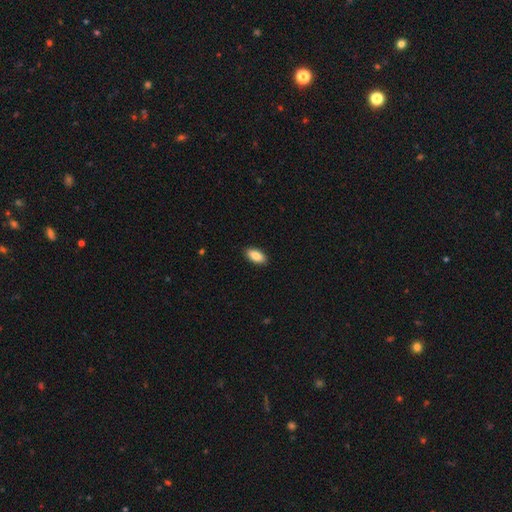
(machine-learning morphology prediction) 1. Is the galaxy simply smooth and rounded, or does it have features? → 85% smooth, 8% featured or disk, 6% star or artifact.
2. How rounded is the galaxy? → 92% in between, 6% cigar-shaped, 2% round.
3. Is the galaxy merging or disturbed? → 90% none, 7% minor disturbance, 2% major disturbance, 1% merger.